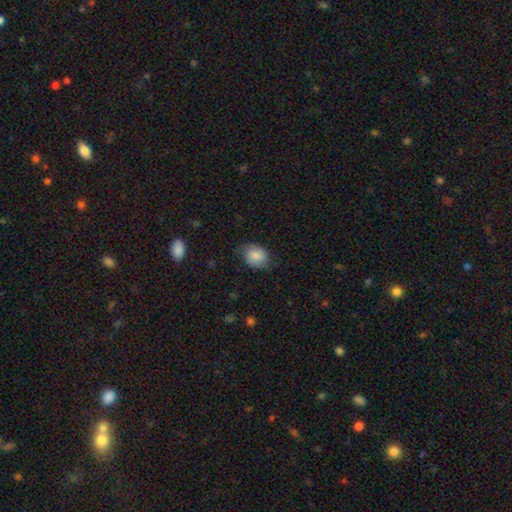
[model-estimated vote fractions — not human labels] Smooth or featured?
  - smooth: 72% *
  - featured or disk: 21%
  - star or artifact: 8%
How rounded?
  - in between: 52% *
  - round: 47%
  - cigar-shaped: 1%
Merging?
  - none: 67% *
  - minor disturbance: 25%
  - major disturbance: 7%
  - merger: 1%